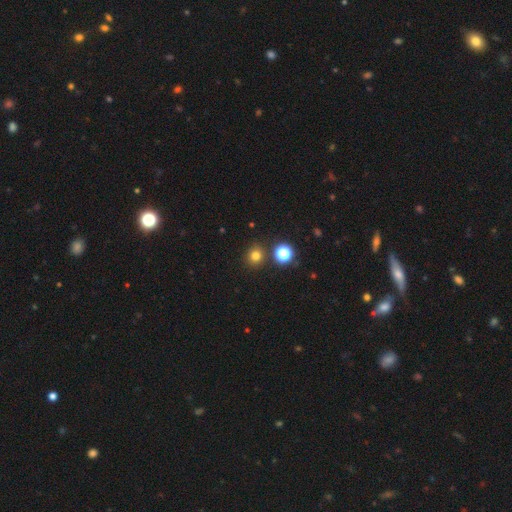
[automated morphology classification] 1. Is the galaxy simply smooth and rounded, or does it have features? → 76% smooth, 18% star or artifact, 6% featured or disk.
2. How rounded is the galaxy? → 87% round, 12% in between, 1% cigar-shaped.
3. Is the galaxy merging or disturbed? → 85% none, 7% minor disturbance, 5% merger, 3% major disturbance.